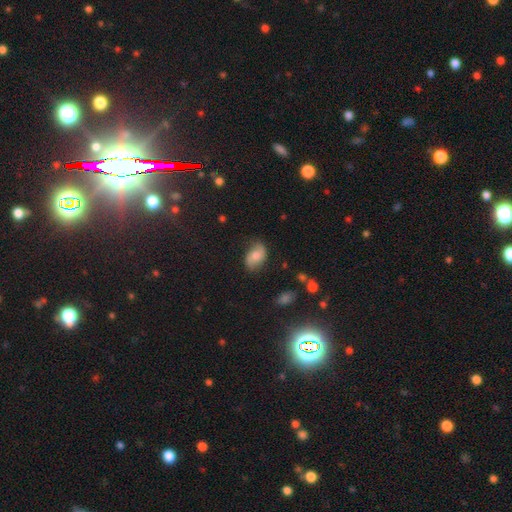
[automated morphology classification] Overall: smooth (58%; featured or disk 32%). How rounded: in between (83%). Merging: none (69%).